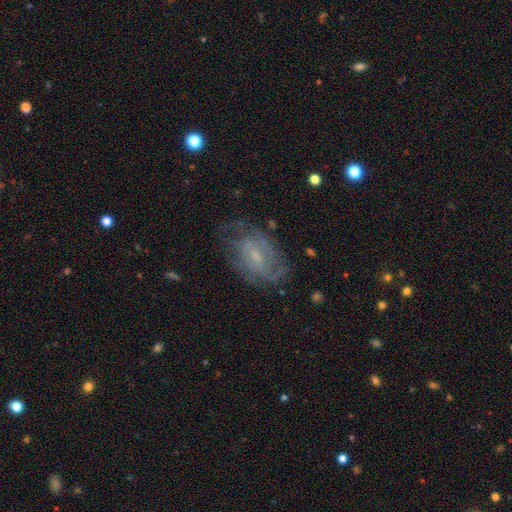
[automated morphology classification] This appears to be a featured or disk galaxy (69%) with a weak bar (46%), tight (47%) spiral arms (78%) and a small central bulge (62%). Merging: none (59%).